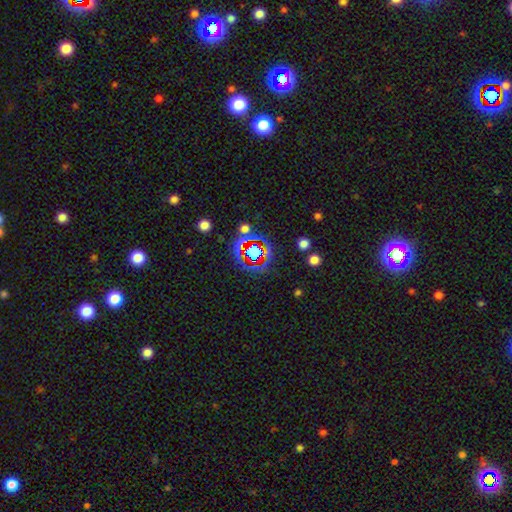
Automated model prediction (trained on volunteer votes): smooth_or_featured: star or artifact (p=0.61) [alt: smooth p=0.25]